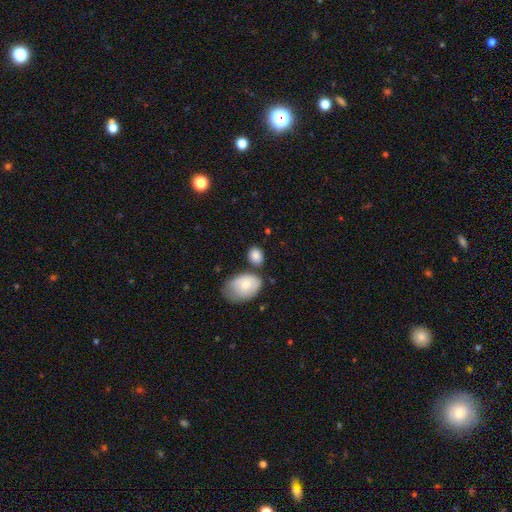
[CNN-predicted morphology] smooth 84%, featured or disk 9%, star or artifact 7%. Down the decision tree: how rounded — in between (71%); merging — none (58%).